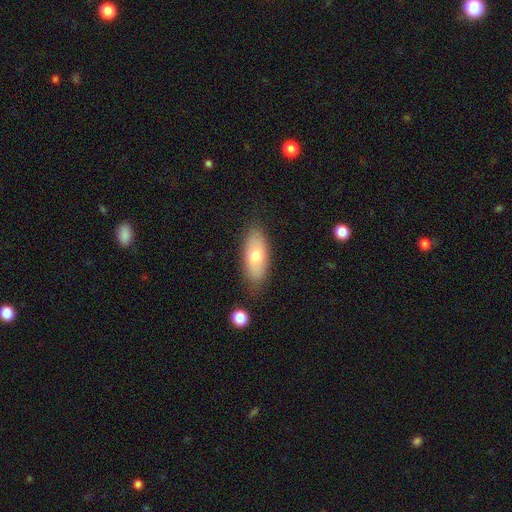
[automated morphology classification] A smooth galaxy with no disk features (68%) that is in between round and cigar-shaped (81%).

Vote fractions:
- Smooth or featured? smooth: 68% / featured or disk: 25% / star or artifact: 6%
- How rounded? in between: 81% / cigar-shaped: 16% / round: 3%
- Merging? none: 79% / minor disturbance: 15% / major disturbance: 3% / merger: 2%